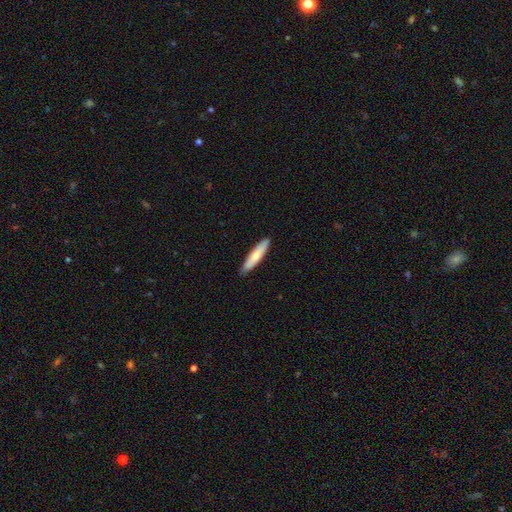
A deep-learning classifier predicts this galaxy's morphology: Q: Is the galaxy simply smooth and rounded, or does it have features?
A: smooth — 69%.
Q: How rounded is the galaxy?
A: cigar-shaped — 84%.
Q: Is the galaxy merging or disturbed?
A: none — 88%.